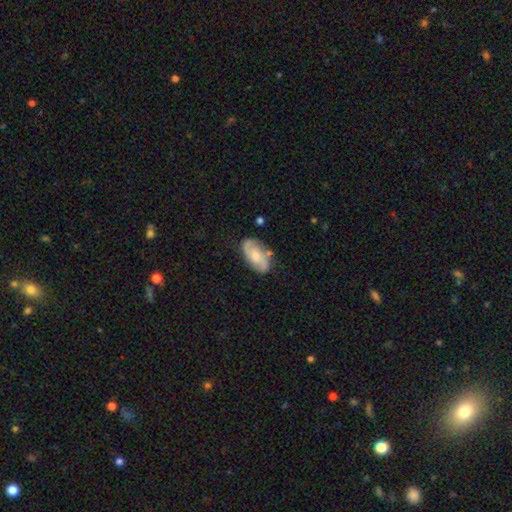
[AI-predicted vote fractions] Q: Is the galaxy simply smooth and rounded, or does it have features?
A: featured or disk — 61%.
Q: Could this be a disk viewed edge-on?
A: no — 96%.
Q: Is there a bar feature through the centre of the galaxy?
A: no — 58%.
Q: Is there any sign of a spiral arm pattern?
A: yes — 90%.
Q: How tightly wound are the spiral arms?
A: medium — 46%.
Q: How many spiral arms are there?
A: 2 — 84%.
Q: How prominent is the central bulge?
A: moderate — 44%.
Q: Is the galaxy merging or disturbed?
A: none — 73%.